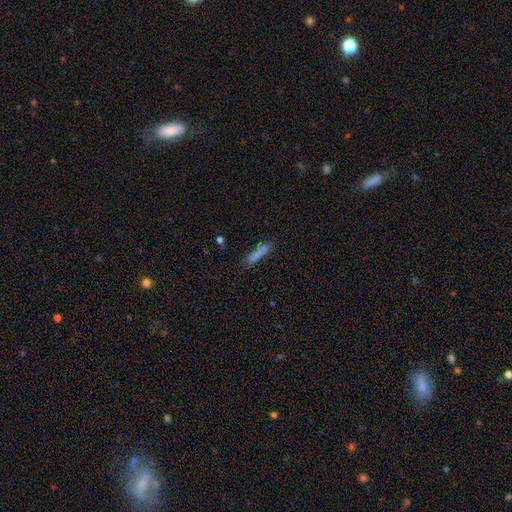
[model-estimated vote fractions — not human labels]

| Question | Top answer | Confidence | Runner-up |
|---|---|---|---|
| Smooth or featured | smooth | 74% | featured or disk (15%) |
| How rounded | cigar-shaped | 92% | in between (6%) |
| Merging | none | 79% | minor disturbance (14%) |